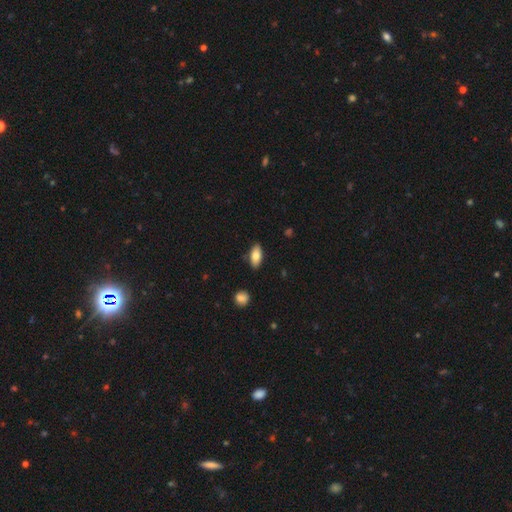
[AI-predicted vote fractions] Overall: smooth (79%). How rounded: in between (87%). Merging: none (86%).